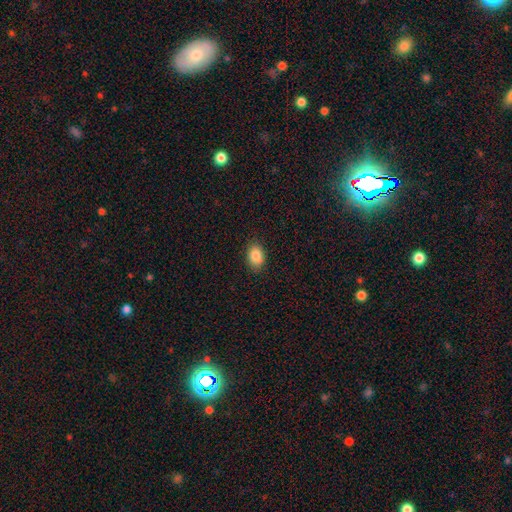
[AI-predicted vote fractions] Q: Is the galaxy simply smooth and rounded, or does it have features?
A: smooth — 86%.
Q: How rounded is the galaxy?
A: in between — 81%.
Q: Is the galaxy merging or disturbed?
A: none — 88%.